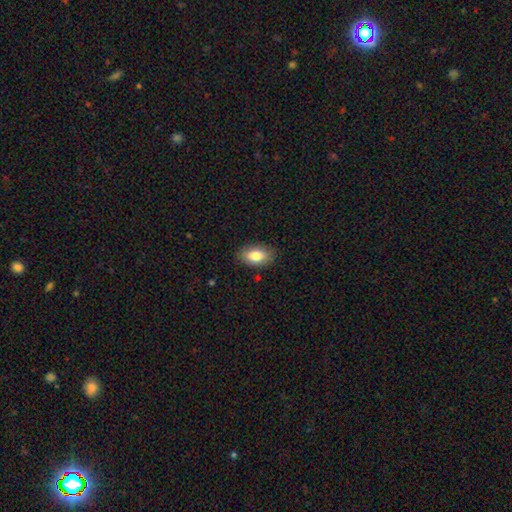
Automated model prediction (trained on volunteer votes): smooth_or_featured: smooth (p=0.81) [alt: featured or disk p=0.12]
how_rounded: in between (p=0.91) [alt: round p=0.07]
merging: none (p=0.85) [alt: minor disturbance p=0.12]